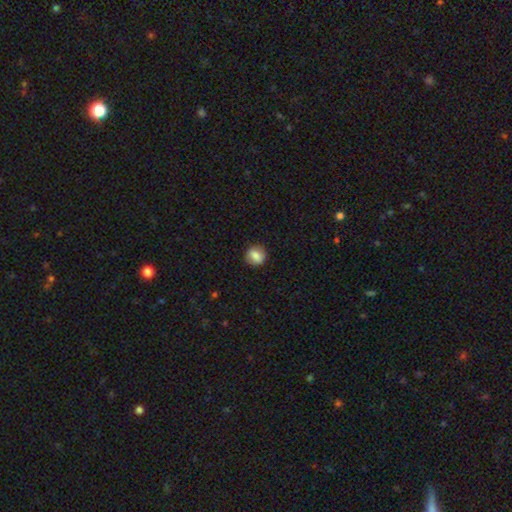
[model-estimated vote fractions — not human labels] Smooth or featured?
  - smooth: 83% *
  - featured or disk: 9%
  - star or artifact: 8%
How rounded?
  - round: 84% *
  - in between: 15%
  - cigar-shaped: 1%
Merging?
  - none: 89% *
  - minor disturbance: 8%
  - major disturbance: 2%
  - merger: 1%